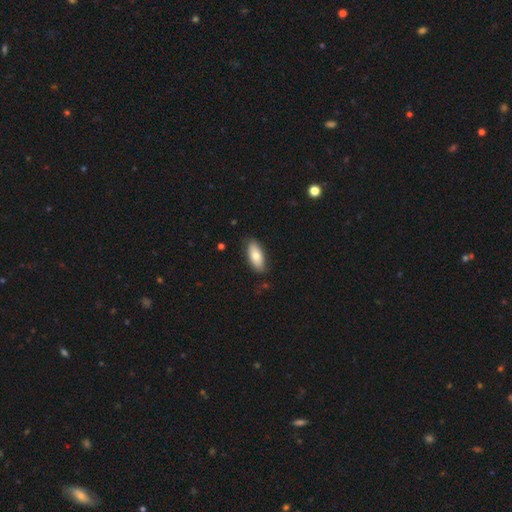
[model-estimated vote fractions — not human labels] Smooth or featured? smooth (76%)
How rounded? in between (85%)
Merging? none (84%)